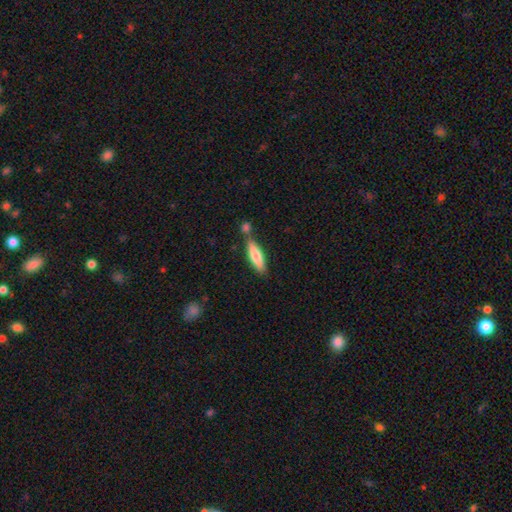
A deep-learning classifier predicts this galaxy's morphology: smooth_or_featured: smooth (p=0.72) [alt: featured or disk p=0.22]
how_rounded: cigar-shaped (p=0.65) [alt: in between p=0.33]
merging: none (p=0.66) [alt: merger p=0.17]